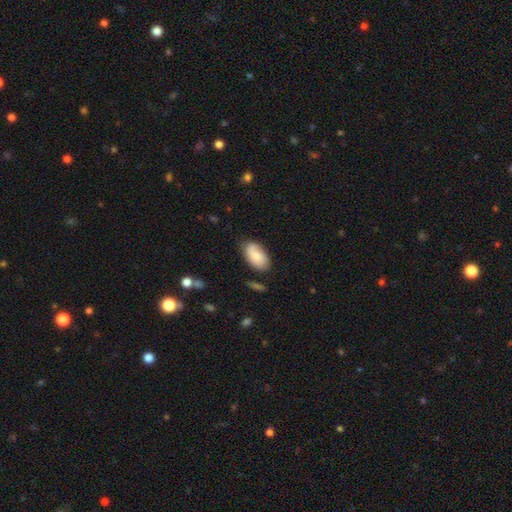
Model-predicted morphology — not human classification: This is likely a smooth galaxy (77%). How rounded: clearly in between (94%). Merging: likely none (73%).